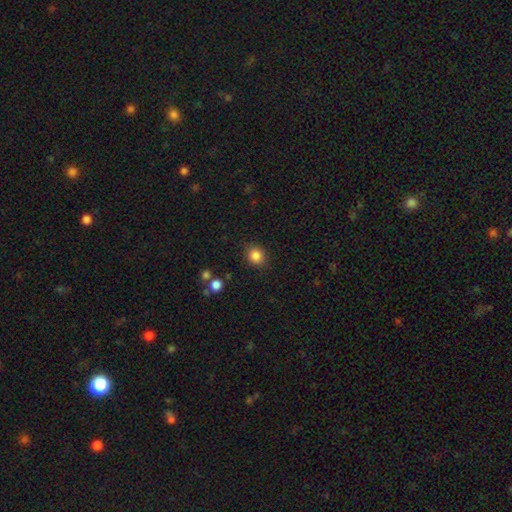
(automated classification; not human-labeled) smooth_or_featured: smooth (p=0.85) [alt: star or artifact p=0.11]
how_rounded: round (p=0.80) [alt: in between p=0.20]
merging: none (p=0.87) [alt: minor disturbance p=0.09]